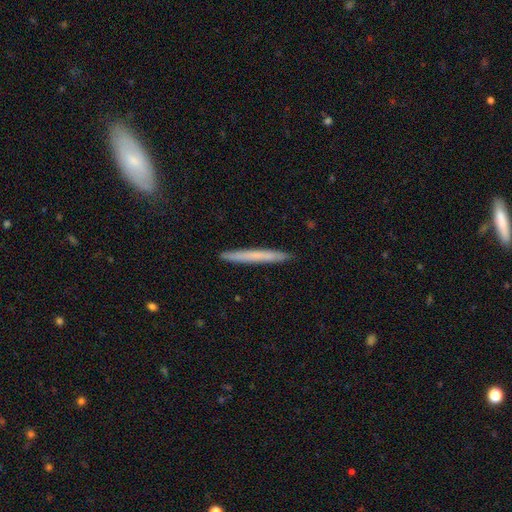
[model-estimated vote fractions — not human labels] smooth 62%, featured or disk 32%, star or artifact 6%. Down the decision tree: how rounded — cigar-shaped (97%); merging — none (92%).